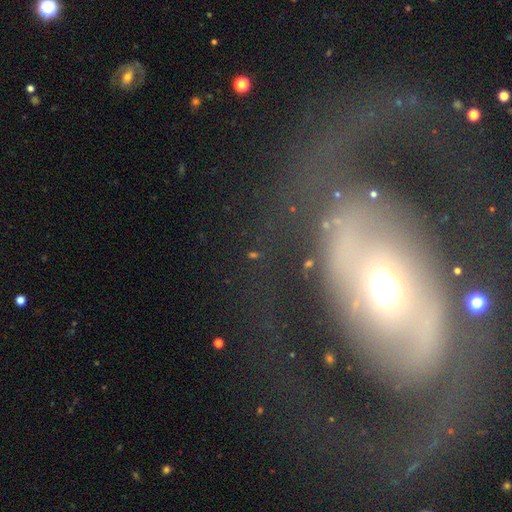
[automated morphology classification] Smooth or featured?
  - featured or disk: 44% *
  - smooth: 30%
  - star or artifact: 27%
Merging?
  - none: 44% *
  - major disturbance: 35%
  - minor disturbance: 14%
  - merger: 7%